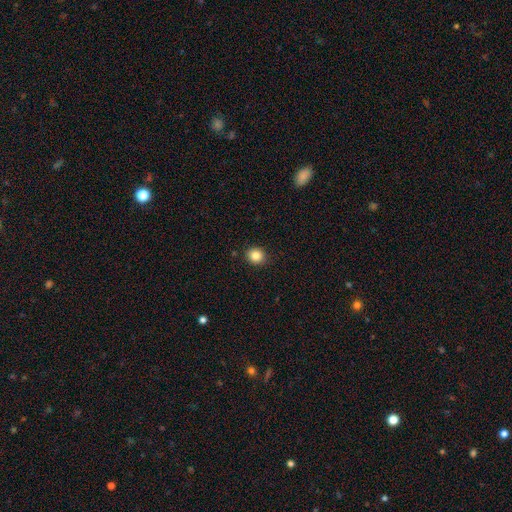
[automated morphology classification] smooth-or-featured: smooth: 85% | star or artifact: 11% | featured or disk: 5%
  how-rounded: round: 82% | in between: 17% | cigar-shaped: 1%
  merging: none: 90% | minor disturbance: 7% | major disturbance: 2% | merger: 1%